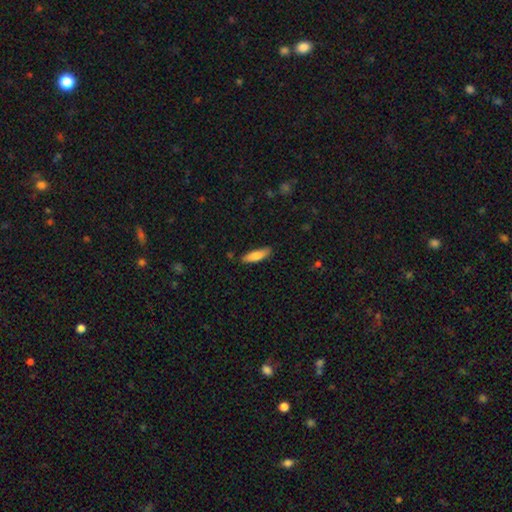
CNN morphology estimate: smooth 80%, featured or disk 14%, star or artifact 6%. Down the decision tree: how rounded — cigar-shaped (56%); merging — none (83%).